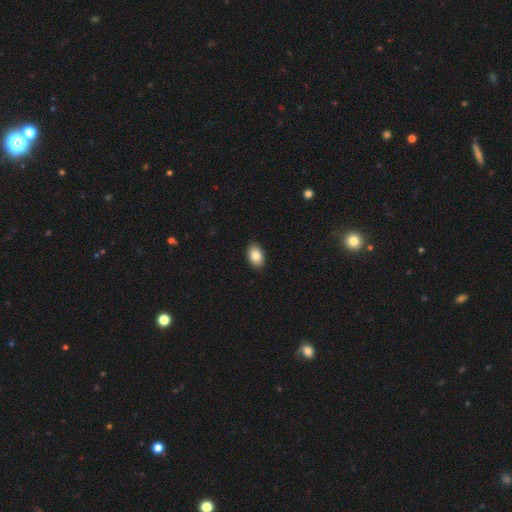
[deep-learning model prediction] smooth_or_featured: smooth (p=0.83) [alt: featured or disk p=0.09]
how_rounded: in between (p=0.88) [alt: round p=0.11]
merging: none (p=0.90) [alt: minor disturbance p=0.08]